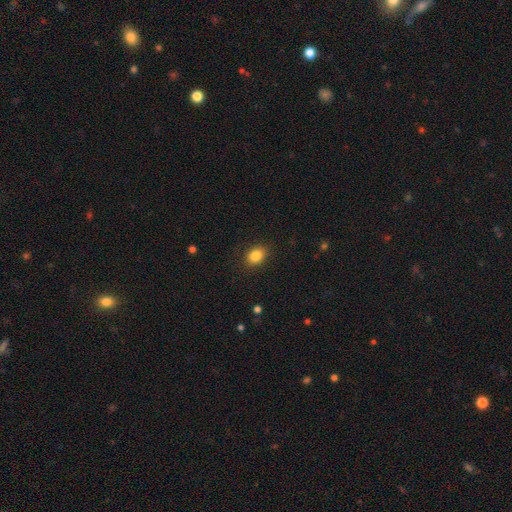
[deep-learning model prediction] Smooth or featured?
  - smooth: 85% *
  - star or artifact: 10%
  - featured or disk: 5%
How rounded?
  - in between: 62% *
  - round: 37%
  - cigar-shaped: 1%
Merging?
  - none: 87% *
  - minor disturbance: 9%
  - major disturbance: 3%
  - merger: 1%